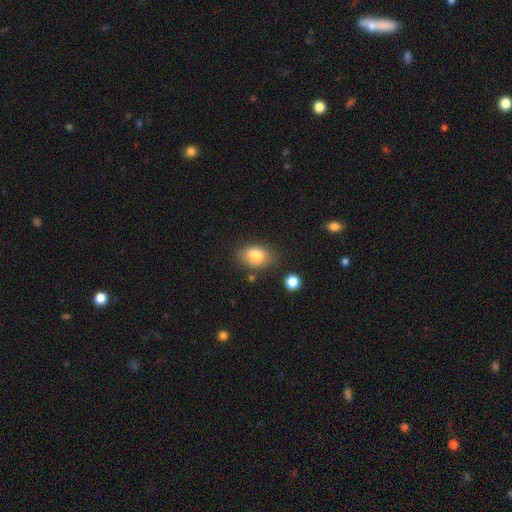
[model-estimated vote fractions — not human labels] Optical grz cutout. It shows a smooth galaxy with no disk features (82%) that is in between round and cigar-shaped (80%). Merging: none (79%).